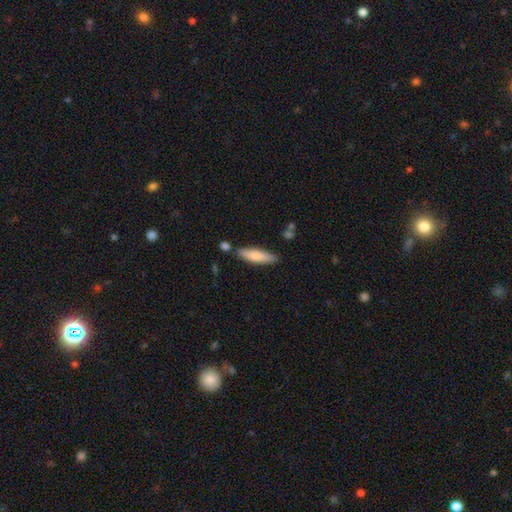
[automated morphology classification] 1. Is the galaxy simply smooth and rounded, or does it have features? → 79% smooth, 16% featured or disk, 5% star or artifact.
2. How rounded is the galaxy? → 69% cigar-shaped, 30% in between, 2% round.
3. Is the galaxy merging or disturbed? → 79% none, 13% minor disturbance, 6% merger, 3% major disturbance.